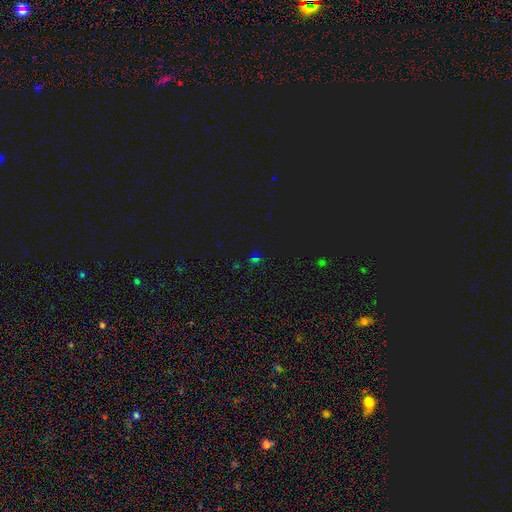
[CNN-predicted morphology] type=star or artifact (58%).